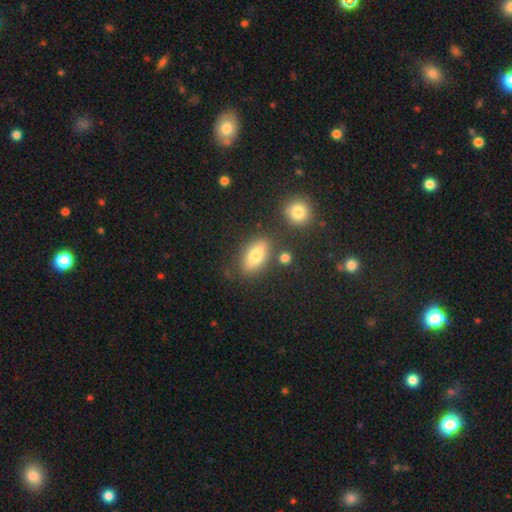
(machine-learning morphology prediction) This is likely a smooth galaxy (74%). How rounded: clearly in between (84%). Merging: likely none (75%).